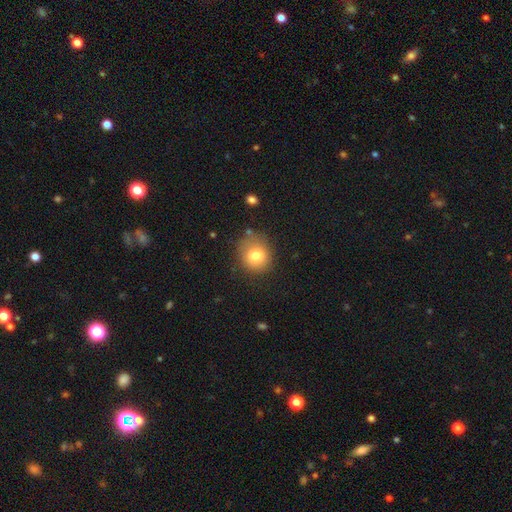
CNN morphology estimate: Smooth or featured? Predicted: smooth (p=0.79). How rounded? Predicted: round (p=0.81). Merging? Predicted: none (p=0.75).